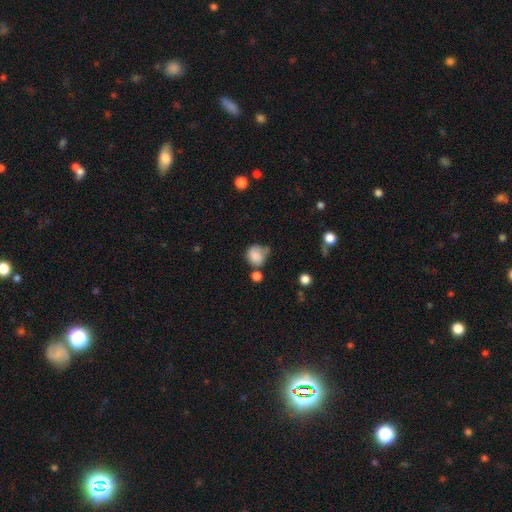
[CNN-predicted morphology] type=smooth (81%); roundness=round (74%); merging=none (45%).